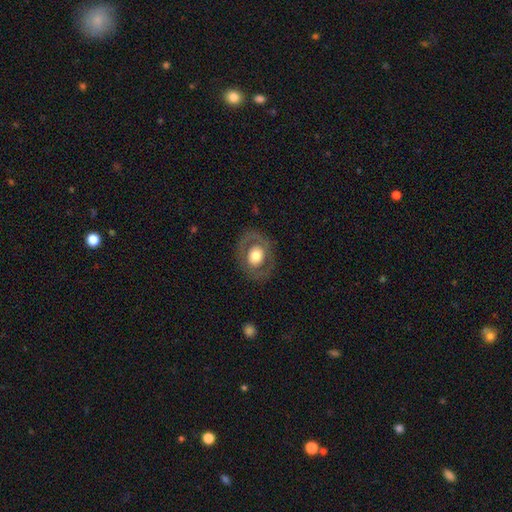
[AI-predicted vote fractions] smooth-or-featured: smooth: 48% | featured or disk: 45% | star or artifact: 7%
  merging: none: 80% | minor disturbance: 12% | major disturbance: 7% | merger: 1%